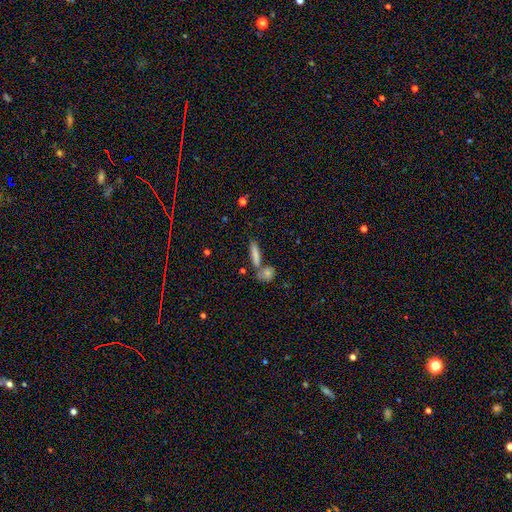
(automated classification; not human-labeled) A smooth galaxy with no disk features (78%) that is cigar-shaped (77%).

Vote fractions:
- Smooth or featured? smooth: 78% / featured or disk: 13% / star or artifact: 8%
- How rounded? cigar-shaped: 77% / in between: 20% / round: 3%
- Merging? none: 63% / merger: 23% / minor disturbance: 10% / major disturbance: 4%